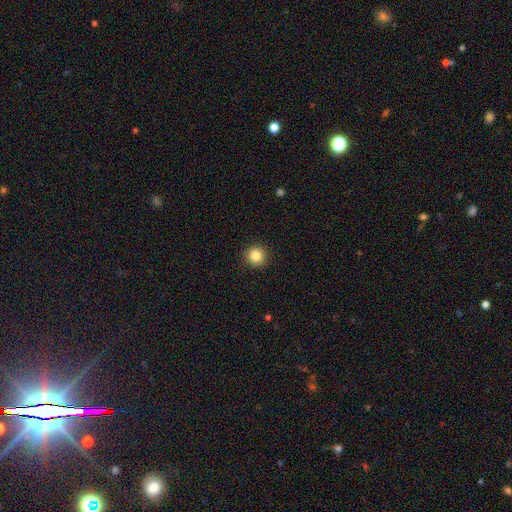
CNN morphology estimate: smooth 85%, star or artifact 10%, featured or disk 5%. Down the decision tree: how rounded — round (94%); merging — none (92%).